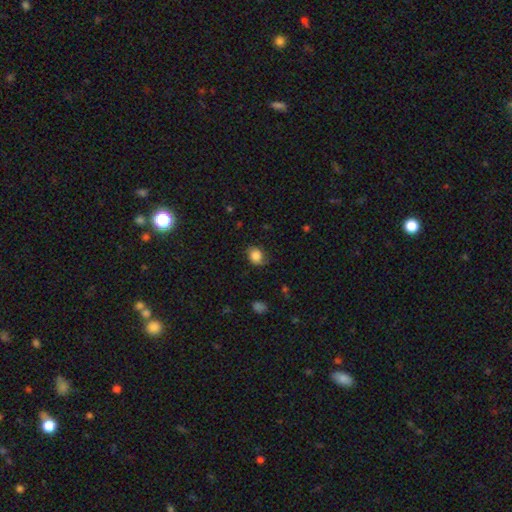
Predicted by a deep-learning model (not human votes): A smooth galaxy with no disk features (82%) that is round (54%).

Vote fractions:
- Smooth or featured? smooth: 82% / featured or disk: 9% / star or artifact: 9%
- How rounded? round: 54% / in between: 45% / cigar-shaped: 1%
- Merging? none: 70% / minor disturbance: 23% / major disturbance: 6% / merger: 1%